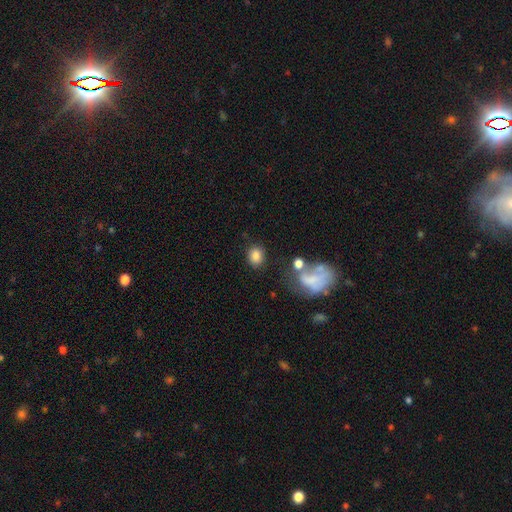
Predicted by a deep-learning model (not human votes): Smooth or featured?
  - smooth: 81% *
  - star or artifact: 11%
  - featured or disk: 8%
How rounded?
  - round: 58% *
  - in between: 41%
  - cigar-shaped: 1%
Merging?
  - none: 75% *
  - minor disturbance: 12%
  - merger: 7%
  - major disturbance: 6%